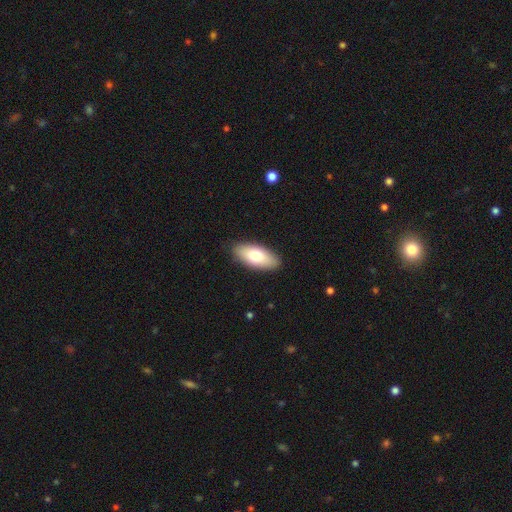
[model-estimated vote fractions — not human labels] smooth-or-featured: smooth: 74% | featured or disk: 20% | star or artifact: 6%
  how-rounded: in between: 88% | cigar-shaped: 9% | round: 3%
  merging: none: 89% | minor disturbance: 8% | major disturbance: 2% | merger: 1%